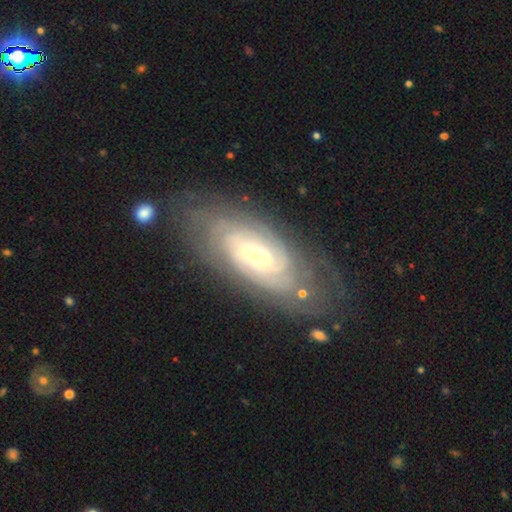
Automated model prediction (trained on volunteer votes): This appears to be a featured or disk galaxy (83%) with no bar (63%), tight (77%) spiral arms (94%) and a small central bulge (61%). Merging: none (74%).